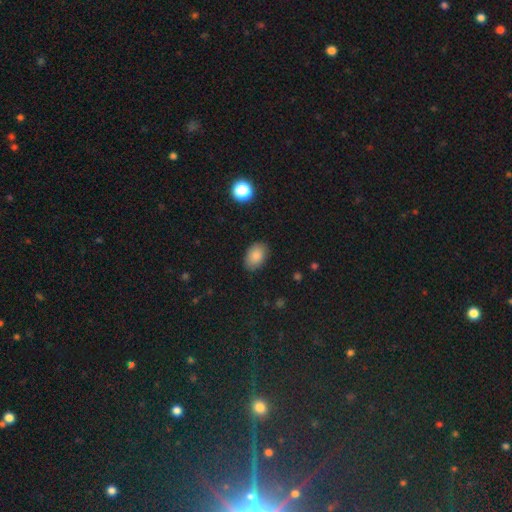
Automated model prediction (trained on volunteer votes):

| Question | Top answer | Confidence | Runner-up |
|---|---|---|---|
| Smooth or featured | smooth | 86% | star or artifact (8%) |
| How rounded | in between | 87% | round (12%) |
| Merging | none | 86% | minor disturbance (11%) |